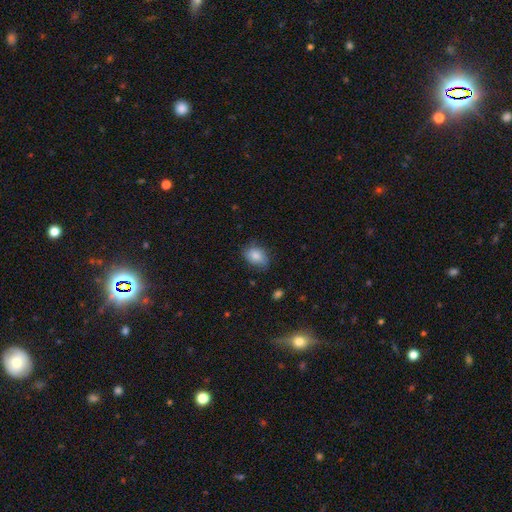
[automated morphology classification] Smooth or featured?
  - smooth: 81% *
  - featured or disk: 11%
  - star or artifact: 8%
How rounded?
  - in between: 73% *
  - round: 26%
  - cigar-shaped: 1%
Merging?
  - none: 70% *
  - minor disturbance: 23%
  - major disturbance: 5%
  - merger: 1%